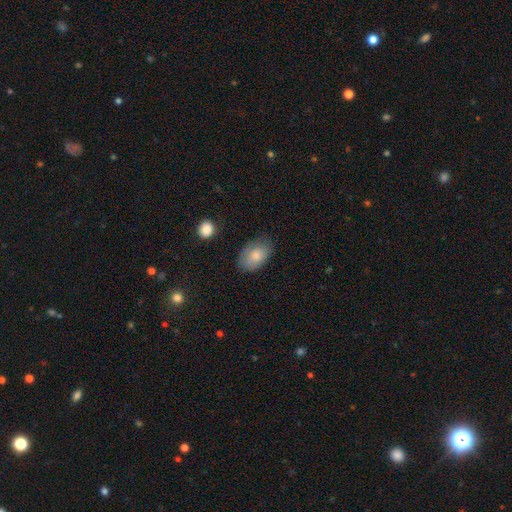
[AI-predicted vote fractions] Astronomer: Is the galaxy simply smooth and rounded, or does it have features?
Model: smooth — 80%.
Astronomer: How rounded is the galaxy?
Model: in between — 89%.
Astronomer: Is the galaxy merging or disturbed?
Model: none — 70%.